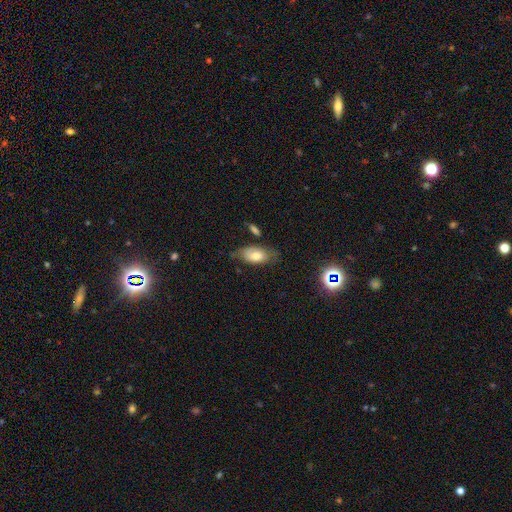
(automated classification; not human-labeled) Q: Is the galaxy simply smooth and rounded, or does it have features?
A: smooth — 70%.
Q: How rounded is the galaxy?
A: in between — 92%.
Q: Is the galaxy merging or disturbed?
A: none — 58%.